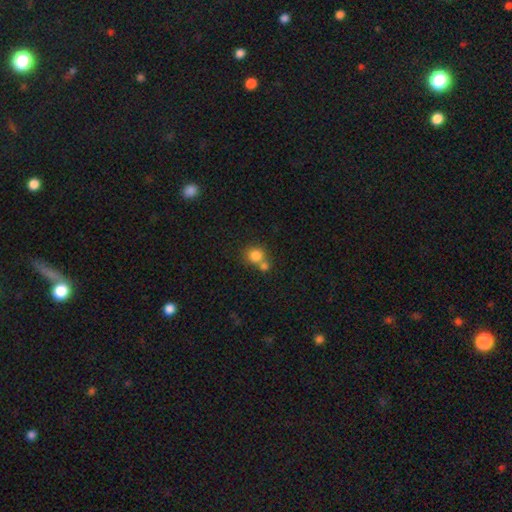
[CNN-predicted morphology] Smooth or featured? Predicted: smooth (p=0.81). How rounded? Predicted: round (p=0.83). Merging? Predicted: none (p=0.45).